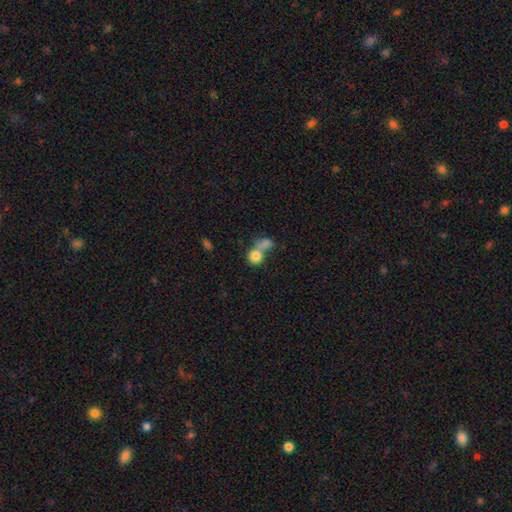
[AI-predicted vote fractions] smooth-or-featured: smooth: 80% | featured or disk: 11% | star or artifact: 9%
  how-rounded: round: 79% | in between: 20% | cigar-shaped: 1%
  merging: merger: 57% | none: 29% | minor disturbance: 7% | major disturbance: 6%